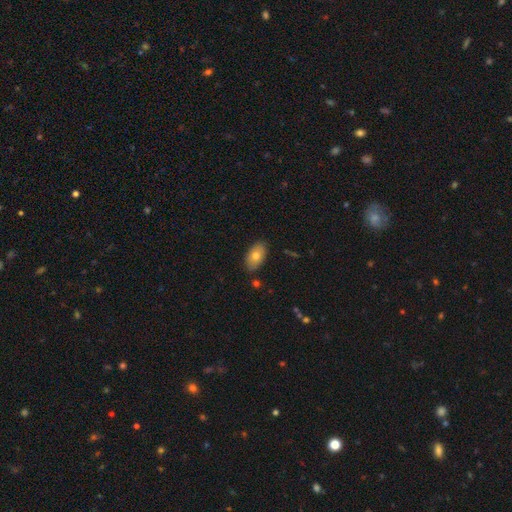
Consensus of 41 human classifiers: Overall: smooth (83%). How rounded: in between (94%). Merging: none (78%).